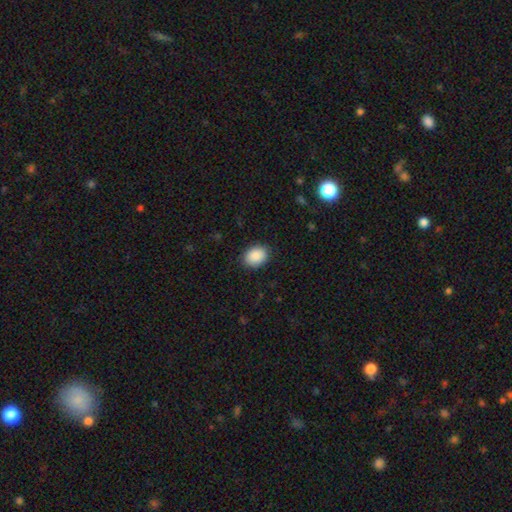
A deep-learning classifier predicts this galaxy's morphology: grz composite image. It shows a smooth galaxy with no disk features (90%) that is in between round and cigar-shaped (64%). Merging: none (88%).